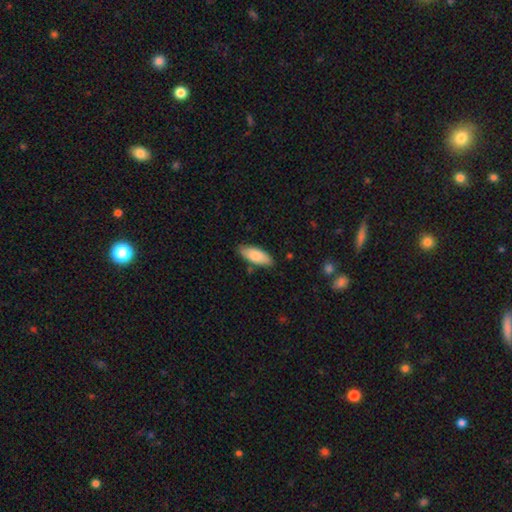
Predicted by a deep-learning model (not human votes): Q: Smooth or featured?
A: smooth (83%); runner-up: featured or disk (11%)
Q: How rounded?
A: in between (79%); runner-up: cigar-shaped (19%)
Q: Merging?
A: none (80%); runner-up: minor disturbance (15%)